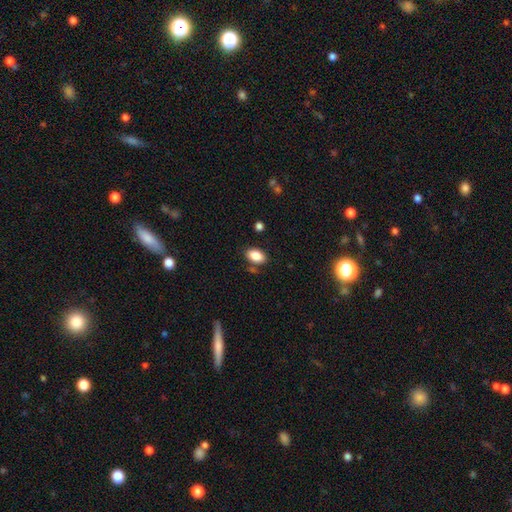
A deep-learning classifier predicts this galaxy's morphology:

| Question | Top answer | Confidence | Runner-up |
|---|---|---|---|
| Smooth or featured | smooth | 87% | star or artifact (8%) |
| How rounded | in between | 92% | round (7%) |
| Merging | none | 79% | minor disturbance (13%) |